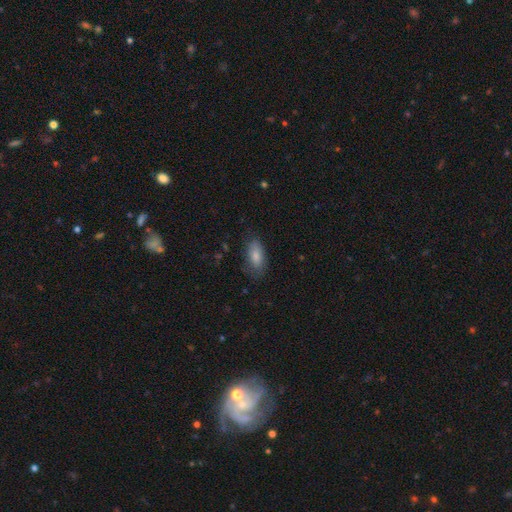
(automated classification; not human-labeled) smooth_or_featured: smooth (p=0.81) [alt: featured or disk p=0.12]
how_rounded: in between (p=0.89) [alt: cigar-shaped p=0.07]
merging: none (p=0.72) [alt: minor disturbance p=0.21]